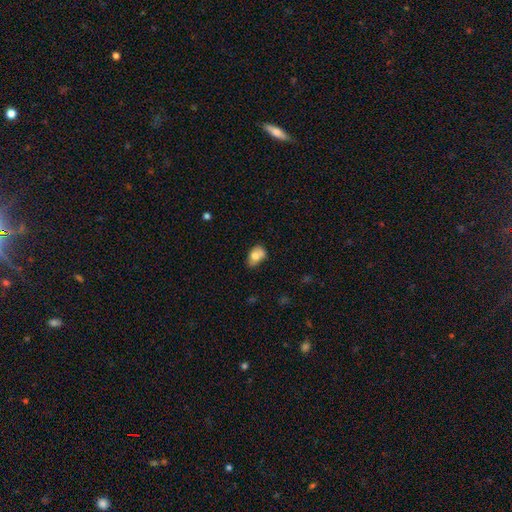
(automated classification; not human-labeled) Smooth or featured? Predicted: smooth (p=0.71). How rounded? Predicted: in between (p=0.75). Merging? Predicted: none (p=0.39).